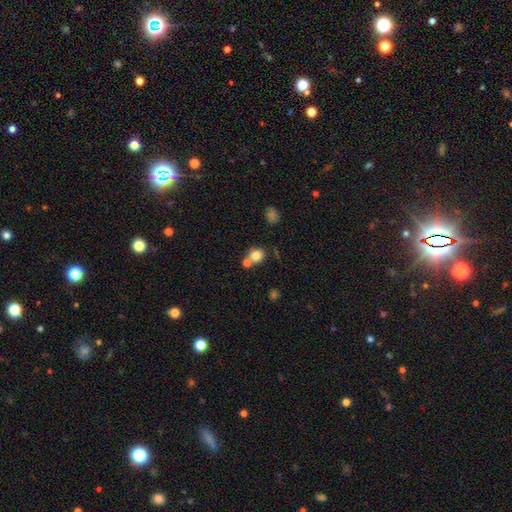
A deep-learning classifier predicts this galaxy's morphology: Smooth or featured? smooth (78%)
How rounded? round (79%)
Merging? none (51%)